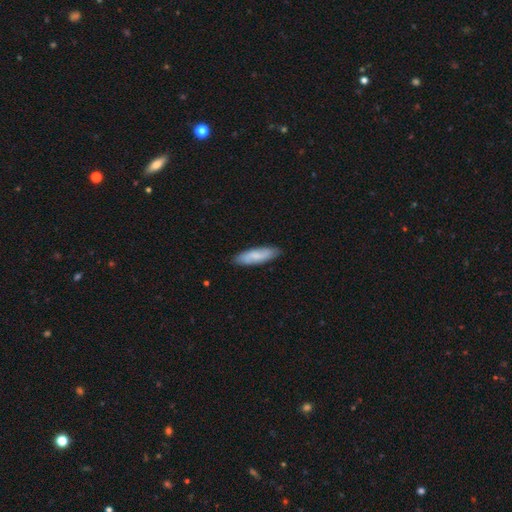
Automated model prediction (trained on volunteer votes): A smooth galaxy with no disk features (68%) that is cigar-shaped (55%).

Vote fractions:
- Smooth or featured? smooth: 68% / featured or disk: 26% / star or artifact: 6%
- How rounded? cigar-shaped: 55% / in between: 43% / round: 2%
- Merging? none: 86% / minor disturbance: 11% / major disturbance: 2% / merger: 1%